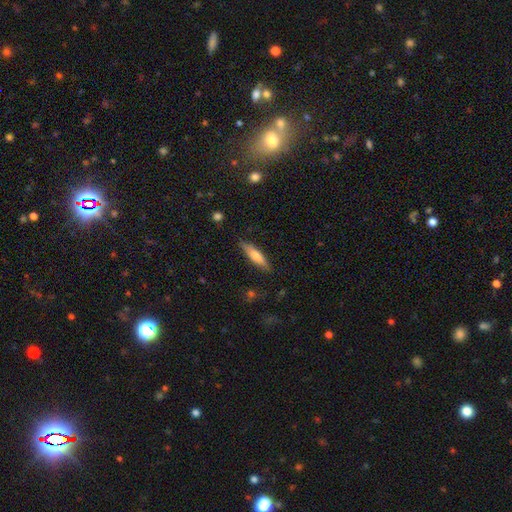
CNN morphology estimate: type=smooth (66%); roundness=cigar-shaped (72%); merging=none (83%).